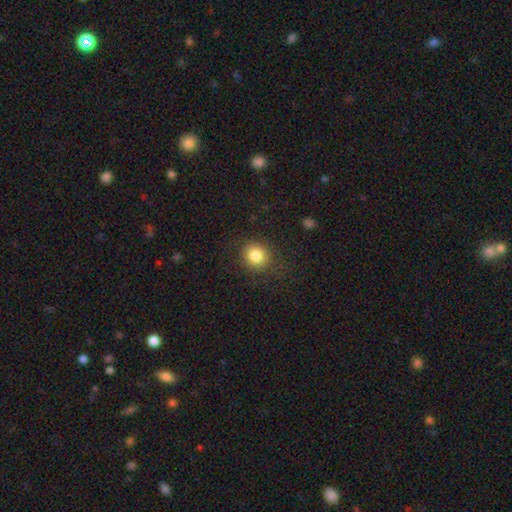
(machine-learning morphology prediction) This is clearly a smooth galaxy (84%). How rounded: clearly round (88%). Merging: clearly none (87%).